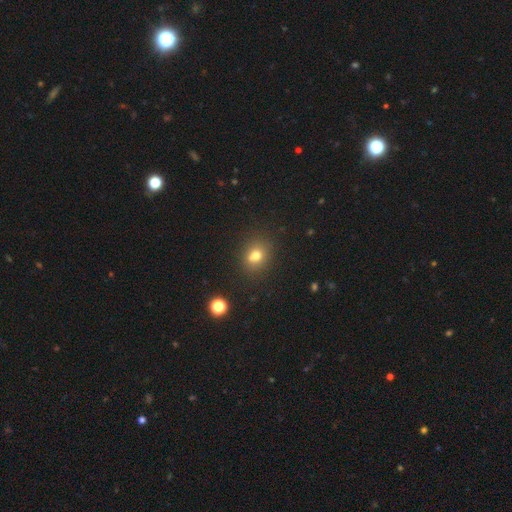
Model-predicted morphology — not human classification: A smooth galaxy with no disk features (72%) that is round (66%).

Vote fractions:
- Smooth or featured? smooth: 72% / star or artifact: 16% / featured or disk: 12%
- How rounded? round: 66% / in between: 33% / cigar-shaped: 1%
- Merging? none: 65% / merger: 18% / minor disturbance: 13% / major disturbance: 4%